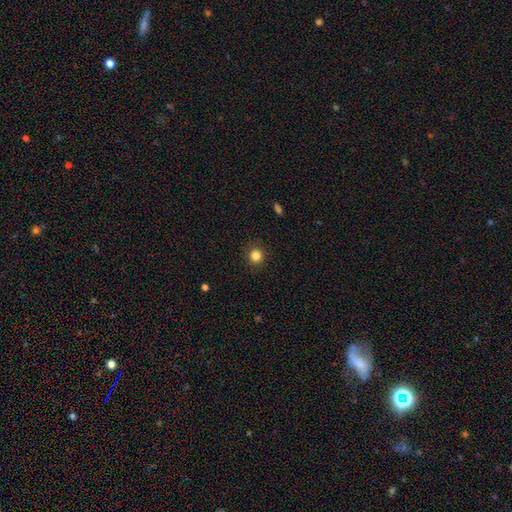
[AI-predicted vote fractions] Smooth or featured: smooth — 84% (star or artifact — 12%)
How rounded: round — 91% (in between — 8%)
Merging: none — 89% (minor disturbance — 7%)